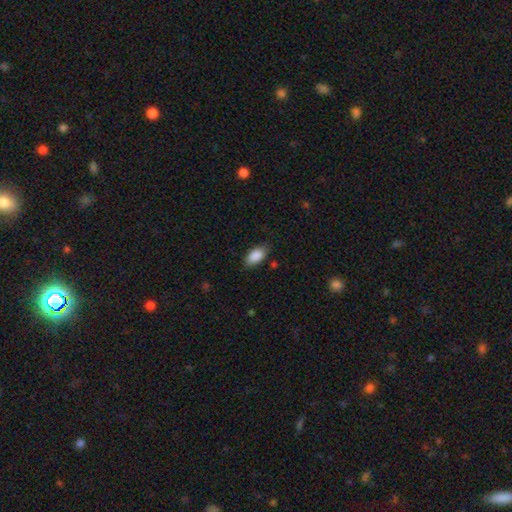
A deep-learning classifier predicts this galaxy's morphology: smooth_or_featured: smooth (p=0.88) [alt: star or artifact p=0.07]
how_rounded: in between (p=0.93) [alt: cigar-shaped p=0.04]
merging: none (p=0.79) [alt: minor disturbance p=0.16]